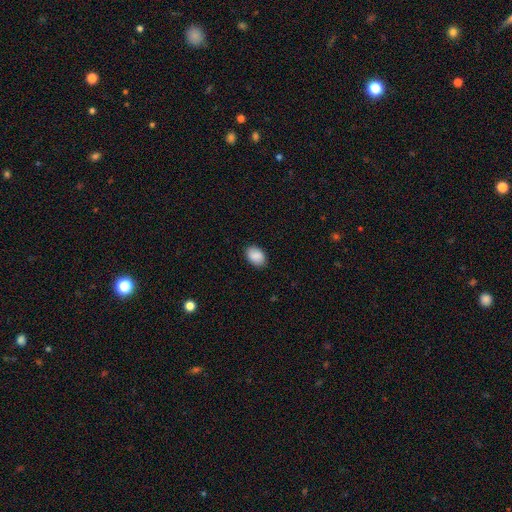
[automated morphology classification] This is clearly a smooth galaxy (89%). How rounded: clearly in between (85%). Merging: clearly none (88%).